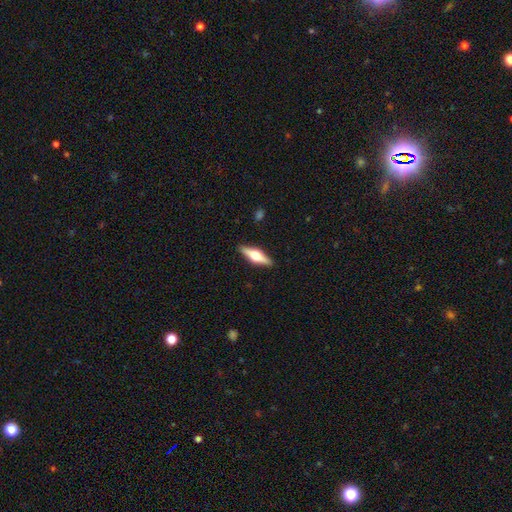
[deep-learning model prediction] A featured or disk galaxy (64%) viewed edge-on (96%) with a rounded central bulge (95%).

Vote fractions:
- Smooth or featured? featured or disk: 64% / smooth: 31% / star or artifact: 5%
- Edge-on disk? yes: 96% / no: 4%
- Edge-on bulge? rounded: 95% / boxy: 4% / none: 1%
- Merging? none: 90% / minor disturbance: 7% / major disturbance: 2% / merger: 1%